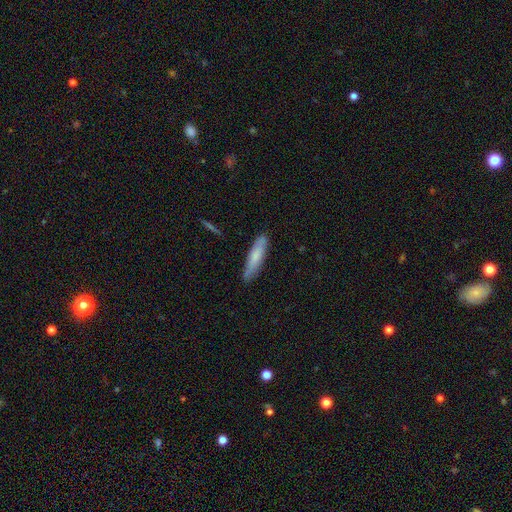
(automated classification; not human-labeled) A smooth galaxy with no disk features (71%) that is cigar-shaped (82%). Merging: none (84%).